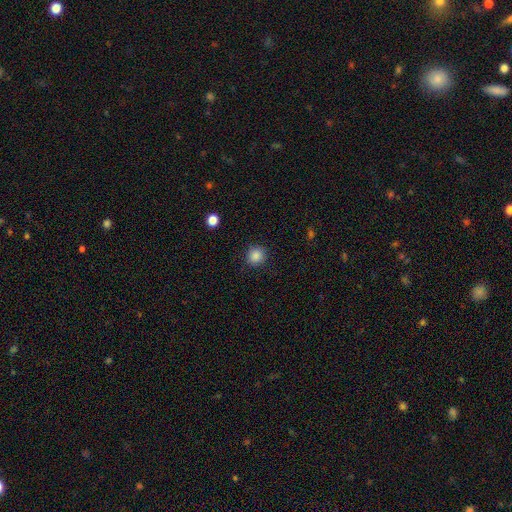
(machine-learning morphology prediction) A smooth galaxy with no disk features (86%) that is round (93%).

Vote fractions:
- Smooth or featured? smooth: 86% / star or artifact: 11% / featured or disk: 3%
- How rounded? round: 93% / in between: 6% / cigar-shaped: 1%
- Merging? none: 90% / minor disturbance: 7% / major disturbance: 2% / merger: 1%